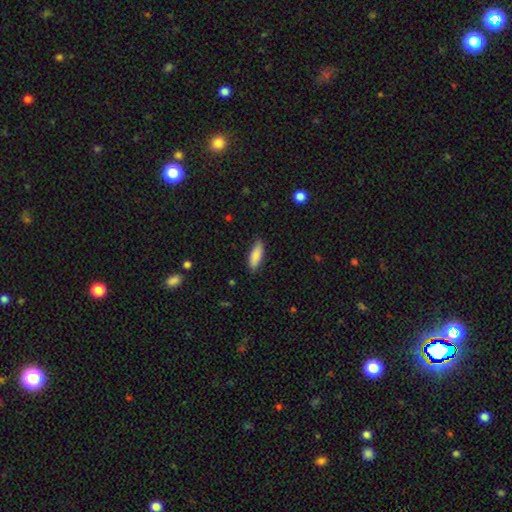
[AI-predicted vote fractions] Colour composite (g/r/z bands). It shows a smooth galaxy with no disk features (87%) that is in between round and cigar-shaped (61%). Merging: none (84%).